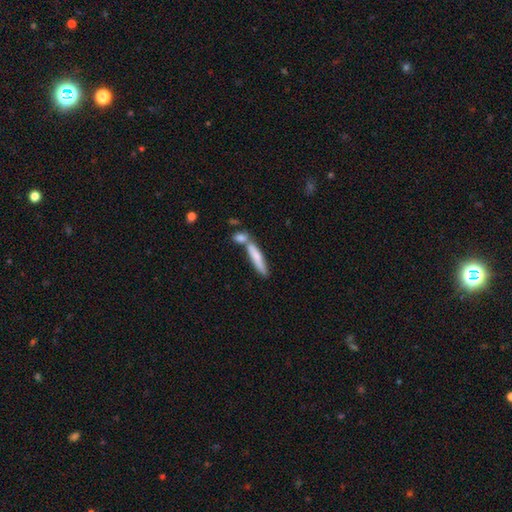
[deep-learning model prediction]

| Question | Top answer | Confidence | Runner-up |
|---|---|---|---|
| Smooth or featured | smooth | 72% | featured or disk (22%) |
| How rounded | cigar-shaped | 85% | in between (13%) |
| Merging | none | 49% | merger (34%) |